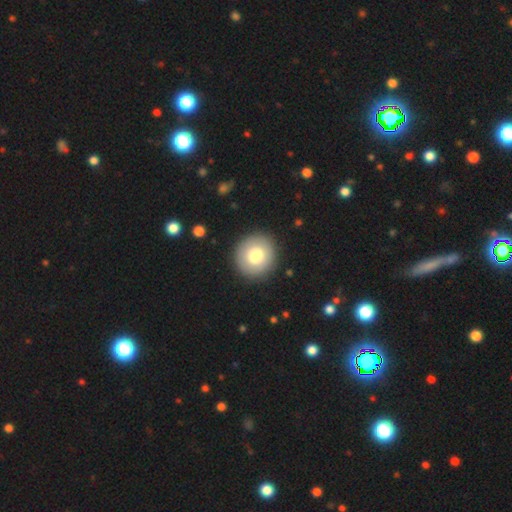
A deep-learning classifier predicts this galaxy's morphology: Smooth or featured? smooth (76%)
How rounded? round (95%)
Merging? none (91%)